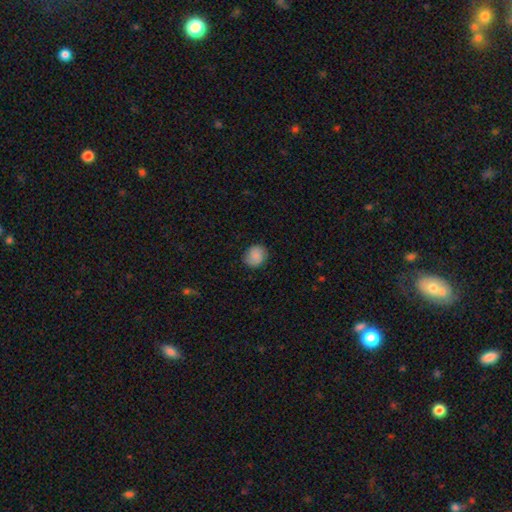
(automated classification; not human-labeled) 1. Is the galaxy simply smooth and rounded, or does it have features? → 86% smooth, 8% star or artifact, 6% featured or disk.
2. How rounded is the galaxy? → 72% round, 27% in between, 1% cigar-shaped.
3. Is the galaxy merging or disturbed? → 82% none, 14% minor disturbance, 3% major disturbance, 1% merger.